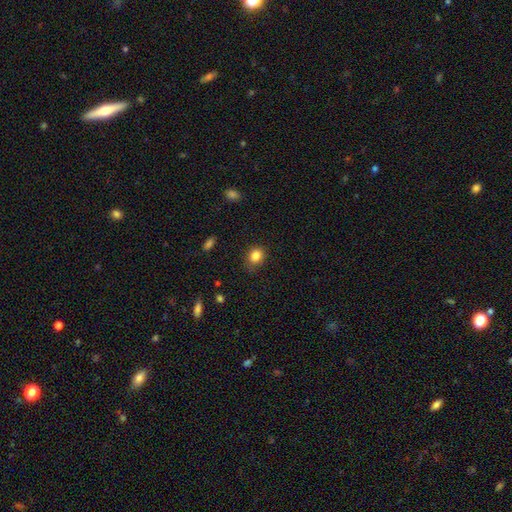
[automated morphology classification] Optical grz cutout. It shows a smooth galaxy with no disk features (84%) that is round (60%). Merging: none (77%).